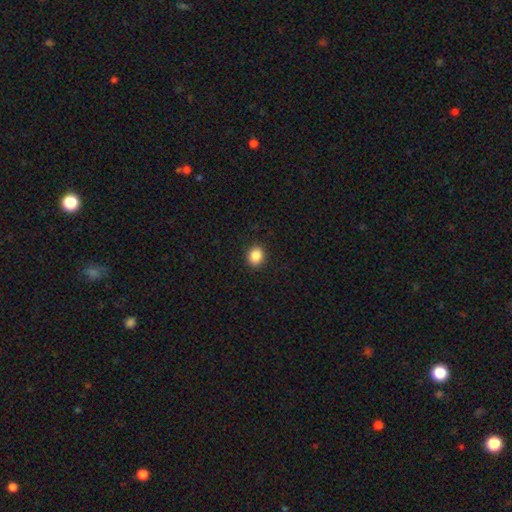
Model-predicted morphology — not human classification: smooth_or_featured: smooth (p=0.87) [alt: star or artifact p=0.09]
how_rounded: round (p=0.70) [alt: in between p=0.30]
merging: none (p=0.91) [alt: minor disturbance p=0.06]